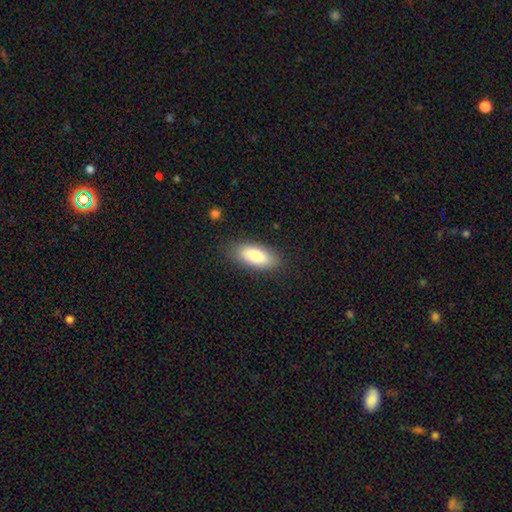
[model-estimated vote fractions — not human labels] This appears to be a smooth galaxy with no disk features (81%) that is in between round and cigar-shaped (81%). Merging: none (85%).